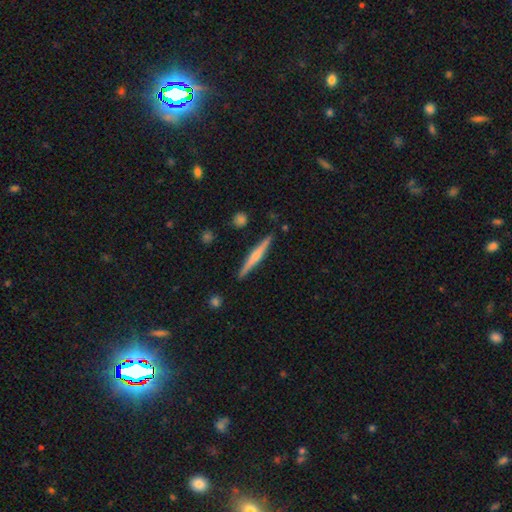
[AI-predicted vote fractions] This is possibly a featured or disk galaxy (58%). It is clearly viewed edge-on (98%). Edge-on bulge: likely rounded (70%). Merging: clearly none (89%).